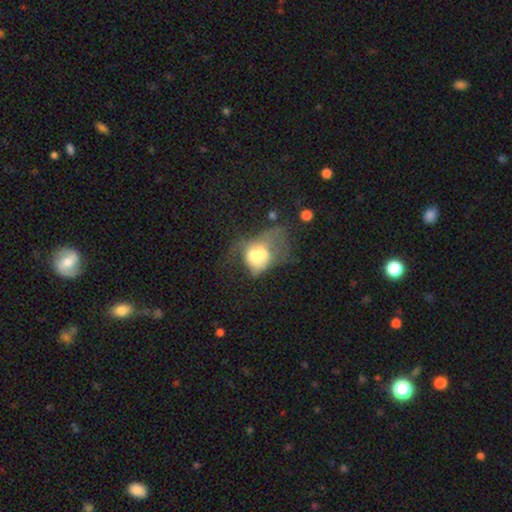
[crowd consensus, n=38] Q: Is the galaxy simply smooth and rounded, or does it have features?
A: smooth — 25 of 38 (66%).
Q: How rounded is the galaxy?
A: in between — 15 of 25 (60%).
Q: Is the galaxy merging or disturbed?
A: major disturbance — 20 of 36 (56%).